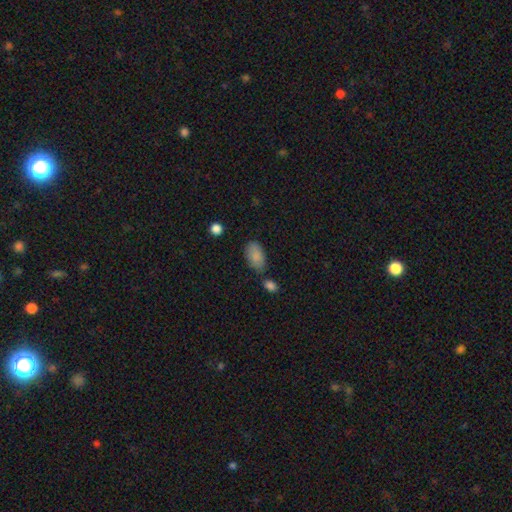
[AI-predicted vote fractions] Smooth or featured: smooth — 86% (star or artifact — 7%)
How rounded: in between — 94% (round — 4%)
Merging: none — 65% (minor disturbance — 20%)